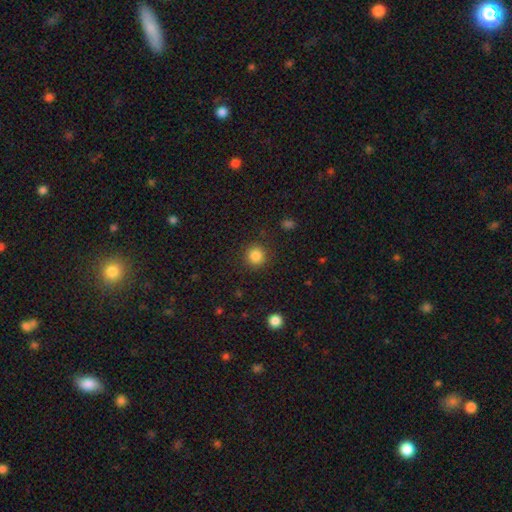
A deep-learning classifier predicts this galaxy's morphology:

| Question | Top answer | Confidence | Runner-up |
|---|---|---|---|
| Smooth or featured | smooth | 85% | star or artifact (11%) |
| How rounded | round | 93% | in between (6%) |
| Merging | none | 90% | minor disturbance (6%) |